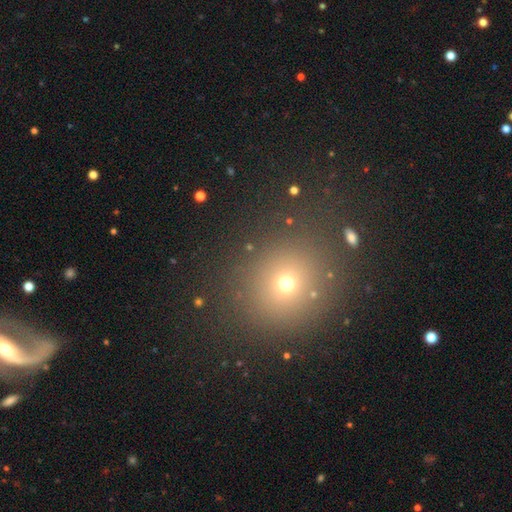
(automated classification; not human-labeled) Smooth or featured? Predicted: smooth (p=0.56). How rounded? Predicted: round (p=0.84). Merging? Predicted: none (p=0.83).